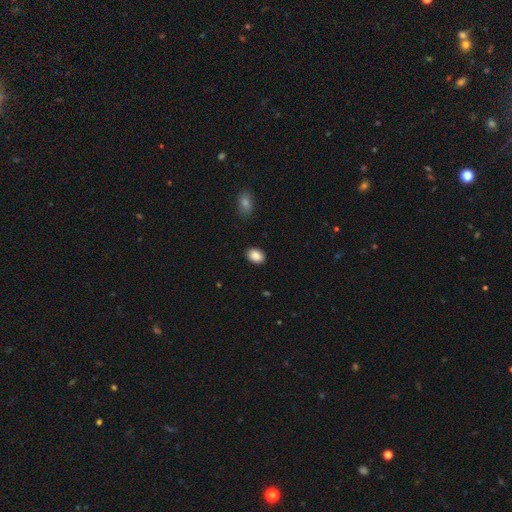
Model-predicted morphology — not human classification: A smooth galaxy with no disk features (89%) that is in between round and cigar-shaped (74%).

Vote fractions:
- Smooth or featured? smooth: 89% / star or artifact: 8% / featured or disk: 4%
- How rounded? in between: 74% / round: 25% / cigar-shaped: 1%
- Merging? none: 89% / minor disturbance: 7% / major disturbance: 2% / merger: 1%